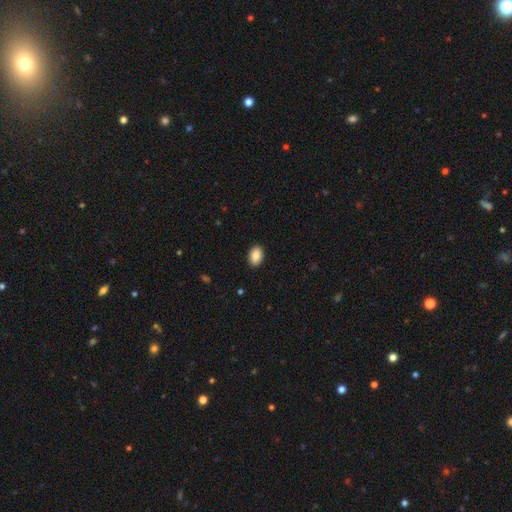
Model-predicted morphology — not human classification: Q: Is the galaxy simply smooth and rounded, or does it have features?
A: smooth — 87%.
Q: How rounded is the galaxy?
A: in between — 87%.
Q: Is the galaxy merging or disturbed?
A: none — 90%.